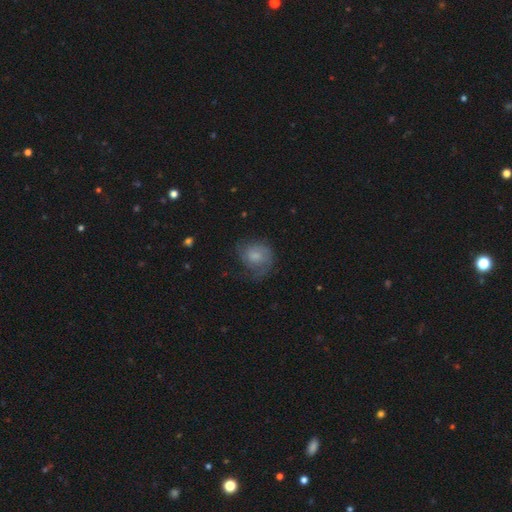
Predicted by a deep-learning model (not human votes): A smooth galaxy with no disk features (51%) that is round (66%).

Vote fractions:
- Smooth or featured? smooth: 51% / featured or disk: 40% / star or artifact: 9%
- How rounded? round: 66% / in between: 33% / cigar-shaped: 1%
- Merging? none: 50% / minor disturbance: 26% / major disturbance: 23% / merger: 2%